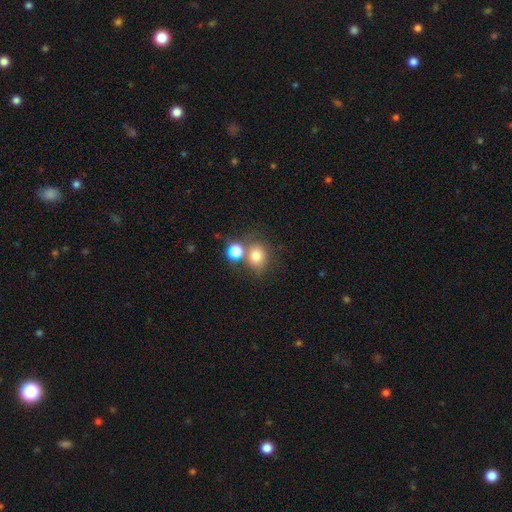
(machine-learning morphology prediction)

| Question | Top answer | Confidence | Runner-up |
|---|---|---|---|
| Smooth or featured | smooth | 77% | star or artifact (13%) |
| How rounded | round | 75% | in between (24%) |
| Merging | none | 52% | merger (33%) |